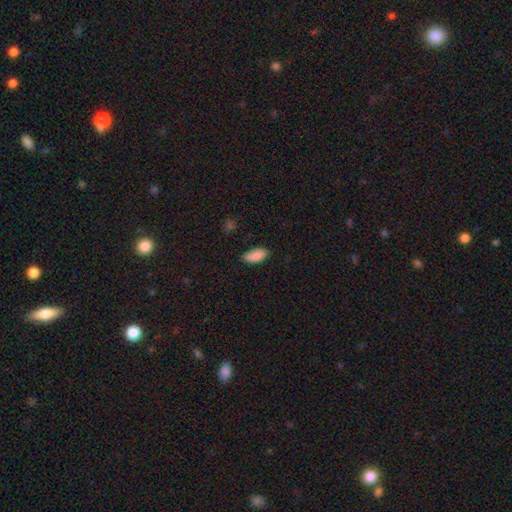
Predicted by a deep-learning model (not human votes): Smooth or featured? smooth (89%)
How rounded? in between (90%)
Merging? none (82%)